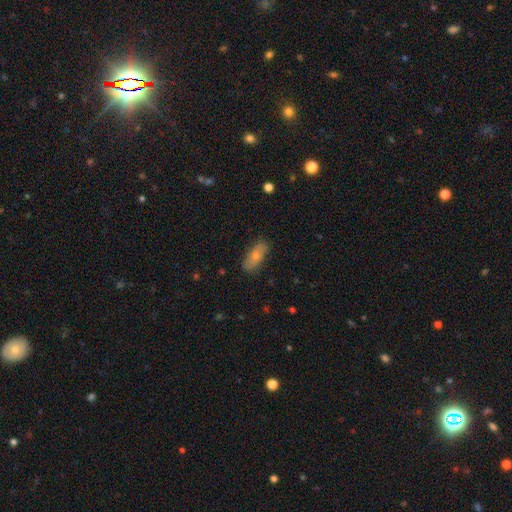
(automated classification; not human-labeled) Morphology: type=smooth (65%); roundness=in between (76%); merging=none (82%).